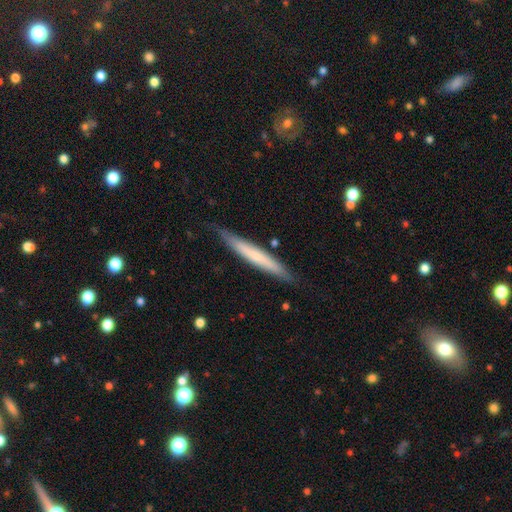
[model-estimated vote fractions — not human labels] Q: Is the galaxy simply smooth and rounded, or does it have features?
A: smooth — 57%.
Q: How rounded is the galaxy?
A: cigar-shaped — 96%.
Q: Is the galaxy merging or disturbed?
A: none — 83%.